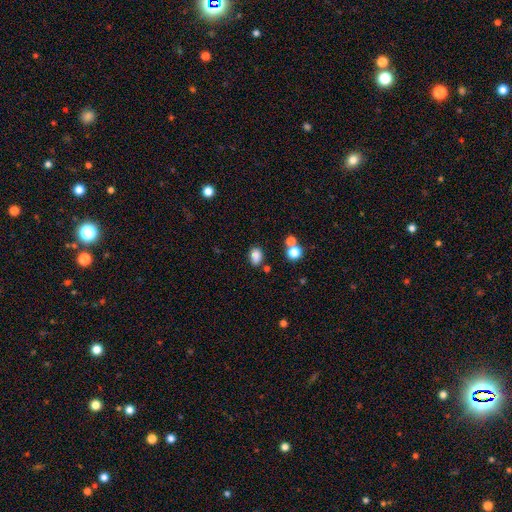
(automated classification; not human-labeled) Smooth or featured: smooth — 84% (star or artifact — 11%)
How rounded: in between — 77% (round — 21%)
Merging: none — 72% (minor disturbance — 17%)